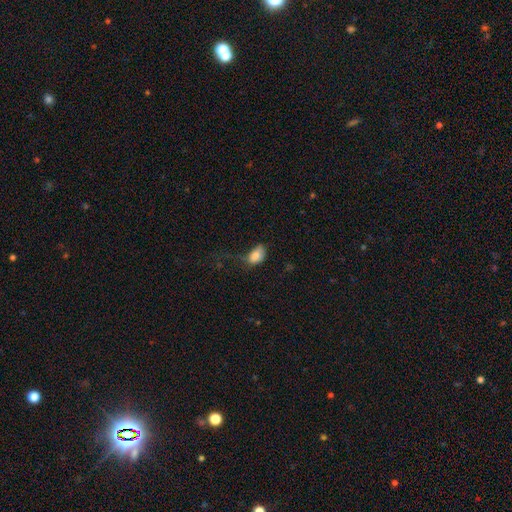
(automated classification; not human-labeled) smooth_or_featured: smooth (p=0.82) [alt: featured or disk p=0.09]
how_rounded: in between (p=0.88) [alt: round p=0.10]
merging: major disturbance (p=0.33) [alt: minor disturbance p=0.32]